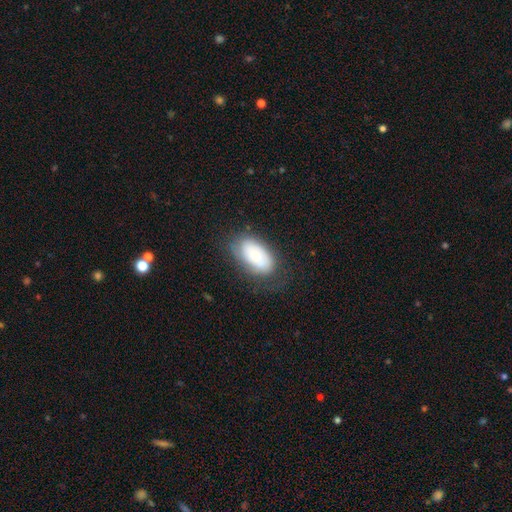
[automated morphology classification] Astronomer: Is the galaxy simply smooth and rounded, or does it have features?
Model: smooth — 61%.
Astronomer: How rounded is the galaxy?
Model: in between — 93%.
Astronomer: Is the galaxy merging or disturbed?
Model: none — 67%.